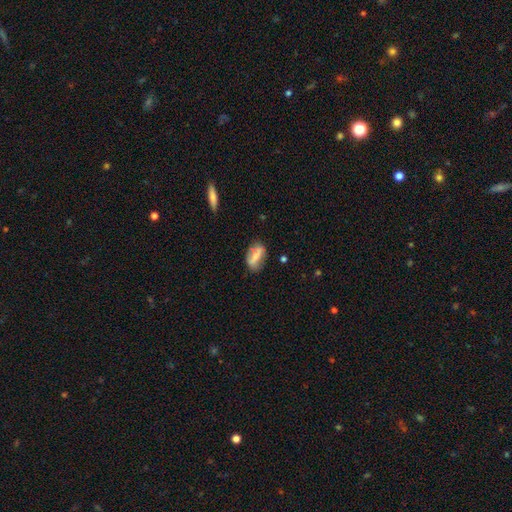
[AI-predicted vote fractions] smooth 53%, featured or disk 39%, star or artifact 8%. Down the decision tree: how rounded — in between (80%); merging — none (71%).